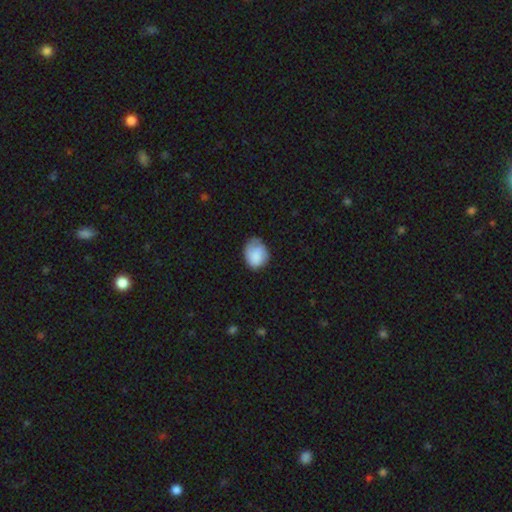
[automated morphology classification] Overall: smooth (78%). How rounded: in between (50%; round 49%). Merging: none (56%; minor disturbance 33%).